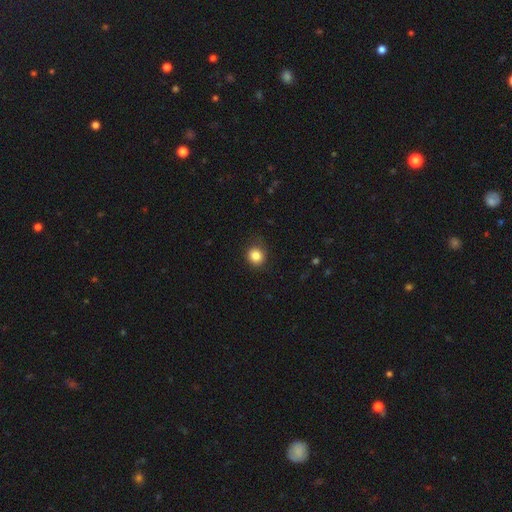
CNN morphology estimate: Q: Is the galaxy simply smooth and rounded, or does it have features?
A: smooth — 85%.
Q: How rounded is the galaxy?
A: round — 87%.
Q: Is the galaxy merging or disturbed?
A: none — 83%.